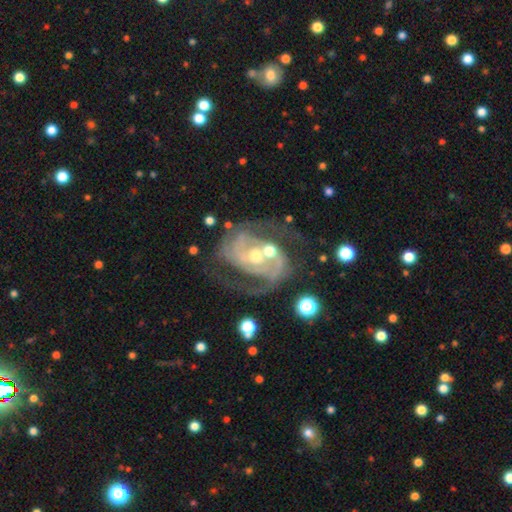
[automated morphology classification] Q: Smooth or featured?
A: featured or disk (89%); runner-up: star or artifact (6%)
Q: Edge-on disk?
A: no (97%); runner-up: yes (3%)
Q: Bar?
A: no (48%); runner-up: weak (35%)
Q: Spiral arms?
A: yes (96%); runner-up: no (4%)
Q: Spiral winding?
A: medium (50%); runner-up: tight (35%)
Q: Spiral arm count?
A: 2 (75%); runner-up: 3 (9%)
Q: Bulge size?
A: moderate (55%); runner-up: small (39%)
Q: Merging?
A: none (55%); runner-up: minor disturbance (18%)